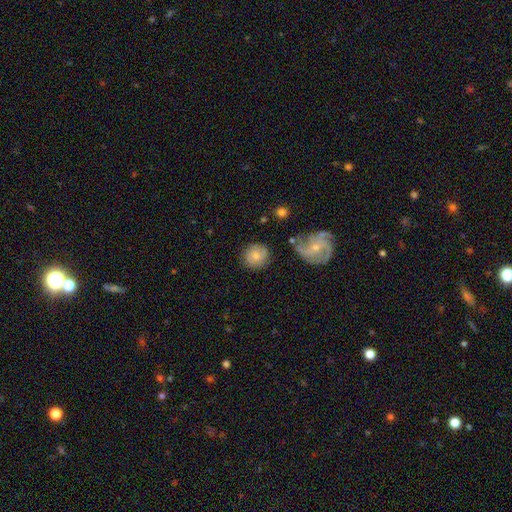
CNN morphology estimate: This is likely a smooth galaxy (60%). How rounded: clearly round (86%). Merging: likely none (75%).